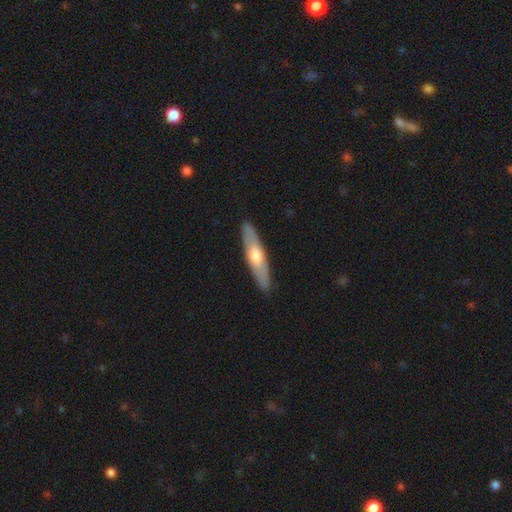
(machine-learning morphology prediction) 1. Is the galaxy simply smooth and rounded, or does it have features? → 53% featured or disk, 41% smooth, 6% star or artifact.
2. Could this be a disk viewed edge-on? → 72% yes, 28% no.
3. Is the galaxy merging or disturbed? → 90% none, 8% minor disturbance, 2% major disturbance, 1% merger.